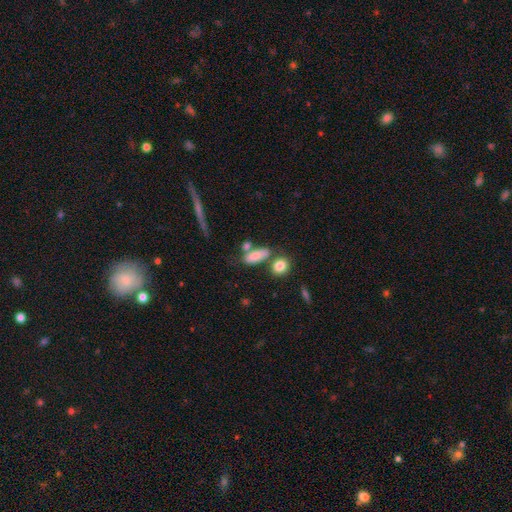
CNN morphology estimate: smooth_or_featured: smooth (p=0.80) [alt: featured or disk p=0.11]
how_rounded: in between (p=0.75) [alt: cigar-shaped p=0.18]
merging: none (p=0.52) [alt: merger p=0.25]